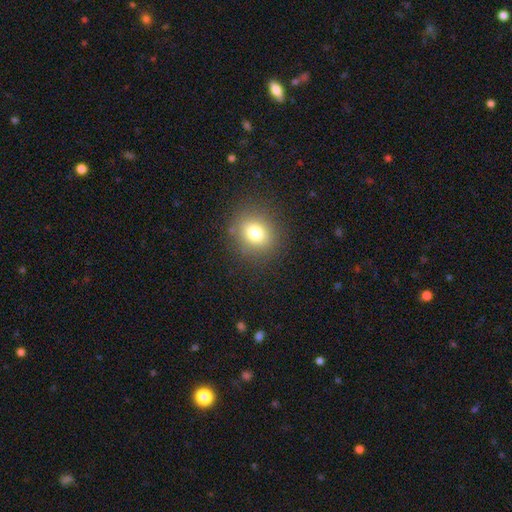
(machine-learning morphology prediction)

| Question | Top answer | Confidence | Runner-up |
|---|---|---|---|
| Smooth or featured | smooth | 71% | star or artifact (20%) |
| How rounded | round | 81% | in between (18%) |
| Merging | none | 91% | minor disturbance (6%) |